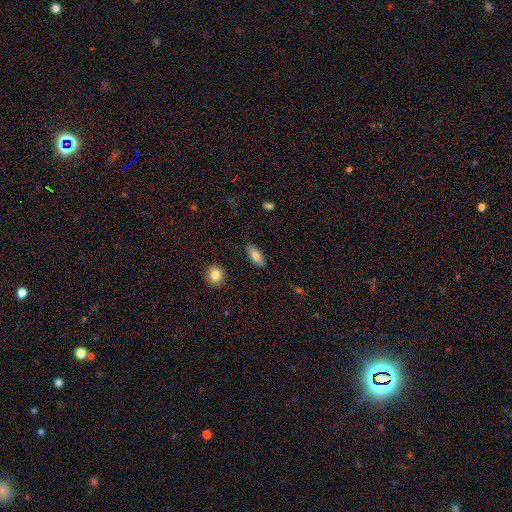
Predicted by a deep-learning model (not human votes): smooth 78%, featured or disk 15%, star or artifact 7%. Down the decision tree: how rounded — in between (82%); merging — none (83%).